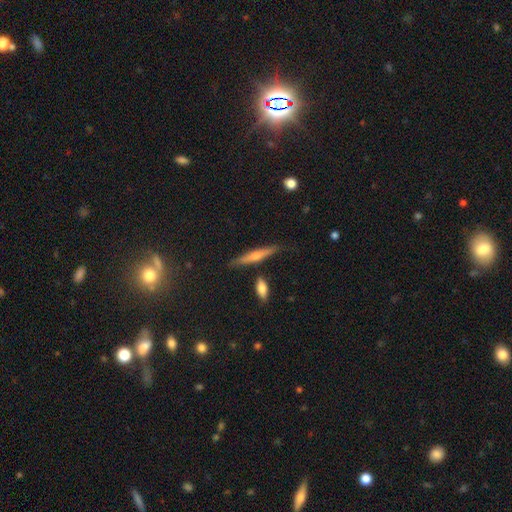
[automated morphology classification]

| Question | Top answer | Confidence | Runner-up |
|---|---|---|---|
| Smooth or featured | featured or disk | 62% | smooth (28%) |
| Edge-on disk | yes | 95% | no (5%) |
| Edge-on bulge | rounded | 80% | none (13%) |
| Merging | none | 83% | minor disturbance (10%) |